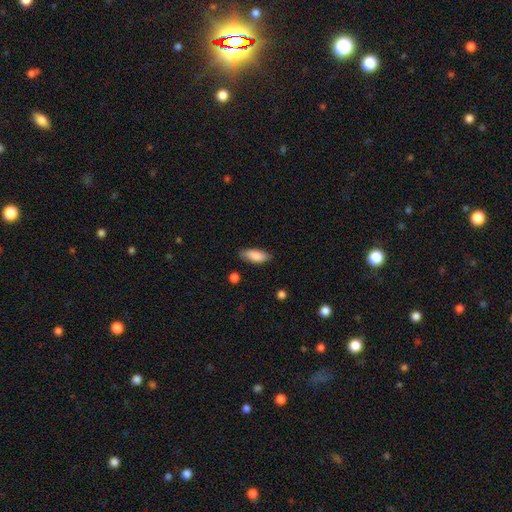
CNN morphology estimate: Smooth or featured? Predicted: smooth (p=0.87). How rounded? Predicted: in between (p=0.82). Merging? Predicted: none (p=0.80).